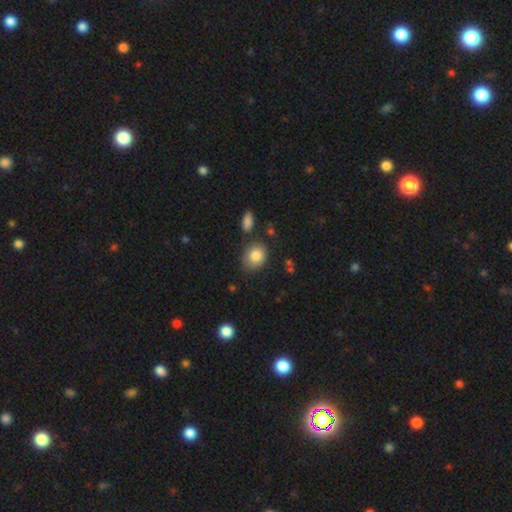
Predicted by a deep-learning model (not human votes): The model was most divided on "how rounded" (2-way tie): in between: 49%, round: 49%, cigar-shaped: 1%. More confident: smooth or featured — smooth (84%); merging — none (70%).